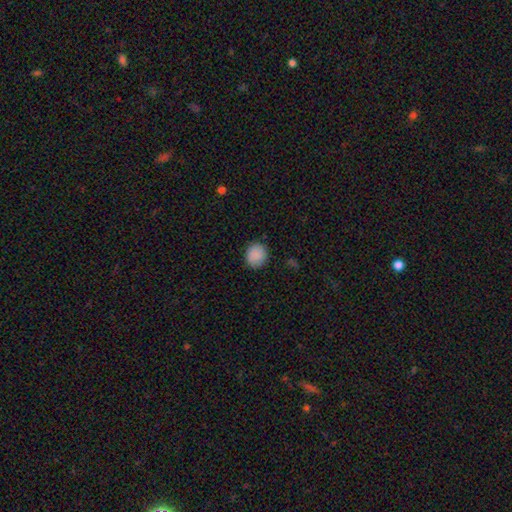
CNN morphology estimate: A smooth galaxy with no disk features (88%) that is round (79%). Merging: none (86%).